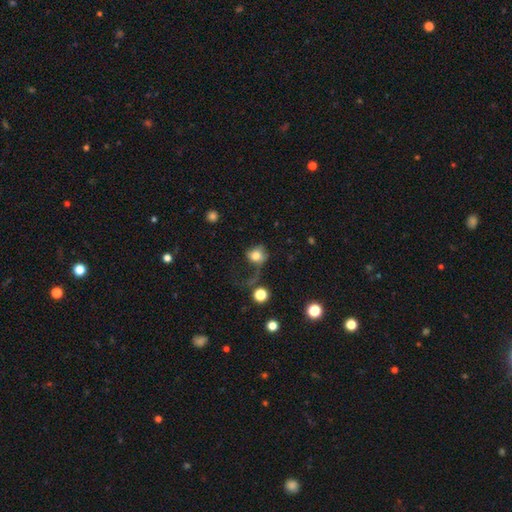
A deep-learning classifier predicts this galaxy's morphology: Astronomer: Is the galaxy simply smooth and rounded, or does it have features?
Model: smooth — 71%.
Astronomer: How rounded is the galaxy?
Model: round — 67%.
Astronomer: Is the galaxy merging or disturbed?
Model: major disturbance — 46% (runner-up: none, 28%).